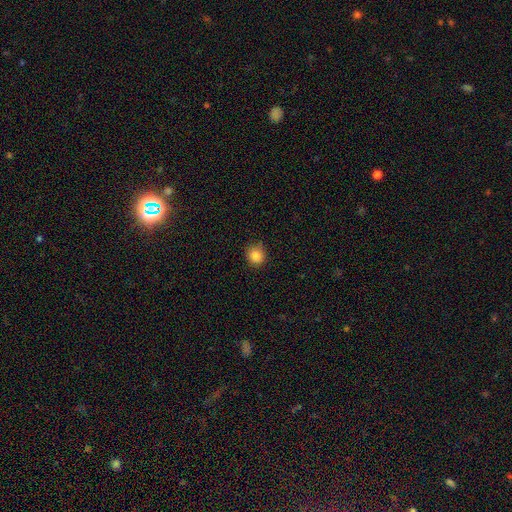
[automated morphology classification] Overall: smooth (85%). How rounded: round (88%). Merging: none (86%).